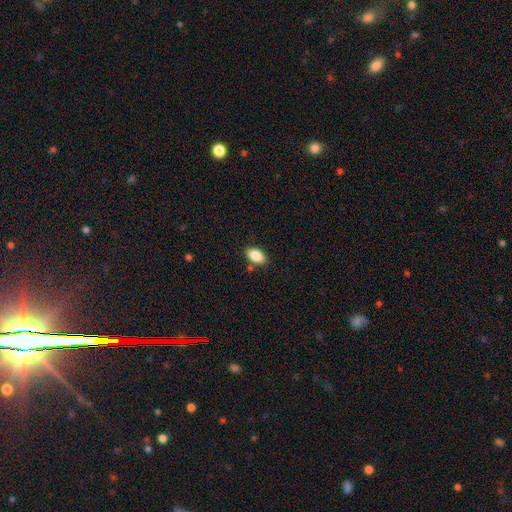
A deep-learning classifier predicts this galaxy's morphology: smooth-or-featured: smooth: 86% | star or artifact: 8% | featured or disk: 6%
  how-rounded: in between: 92% | round: 6% | cigar-shaped: 3%
  merging: none: 84% | minor disturbance: 11% | merger: 4% | major disturbance: 2%